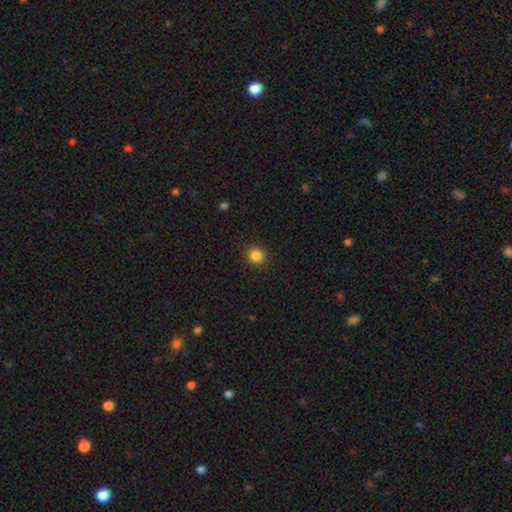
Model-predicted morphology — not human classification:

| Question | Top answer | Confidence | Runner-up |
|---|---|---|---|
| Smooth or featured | smooth | 85% | star or artifact (11%) |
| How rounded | round | 84% | in between (16%) |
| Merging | none | 90% | minor disturbance (7%) |